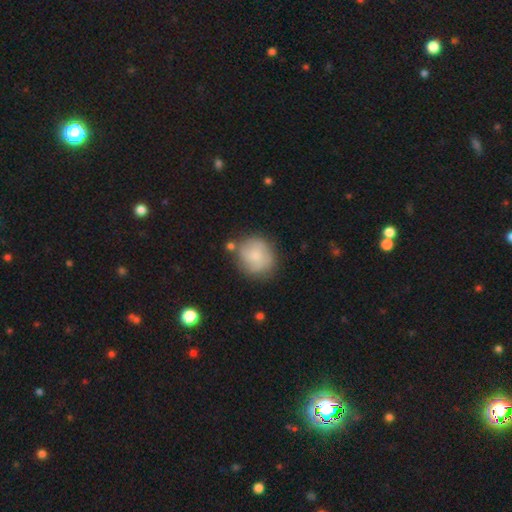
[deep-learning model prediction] Q: Smooth or featured?
A: smooth (70%); runner-up: featured or disk (23%)
Q: How rounded?
A: round (85%); runner-up: in between (14%)
Q: Merging?
A: none (67%); runner-up: minor disturbance (20%)